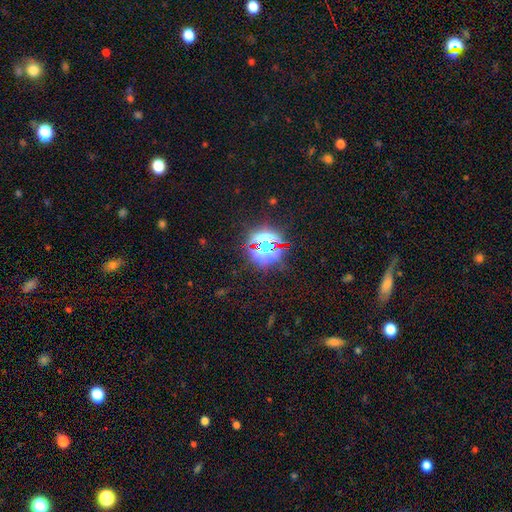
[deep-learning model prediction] A star or artifact, not a galaxy (75%).